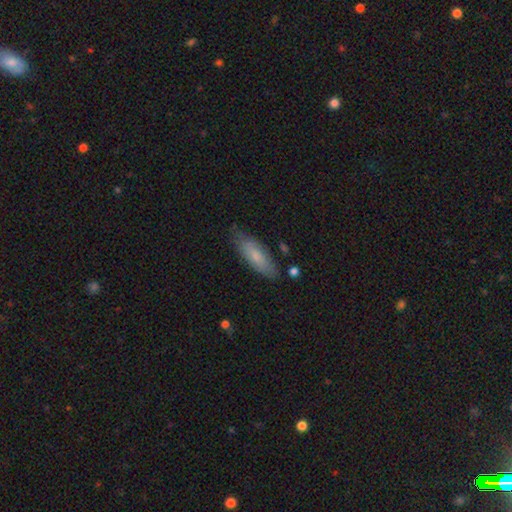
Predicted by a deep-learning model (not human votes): Smooth or featured: smooth — 75% (featured or disk — 19%)
How rounded: in between — 57% (cigar-shaped — 41%)
Merging: none — 76% (minor disturbance — 18%)